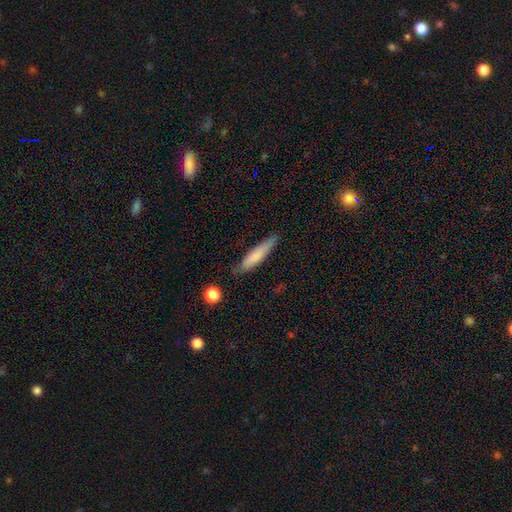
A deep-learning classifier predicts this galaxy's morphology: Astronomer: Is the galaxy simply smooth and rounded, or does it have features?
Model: smooth — 75%.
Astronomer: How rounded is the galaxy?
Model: cigar-shaped — 85%.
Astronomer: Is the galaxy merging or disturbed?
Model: none — 75%.